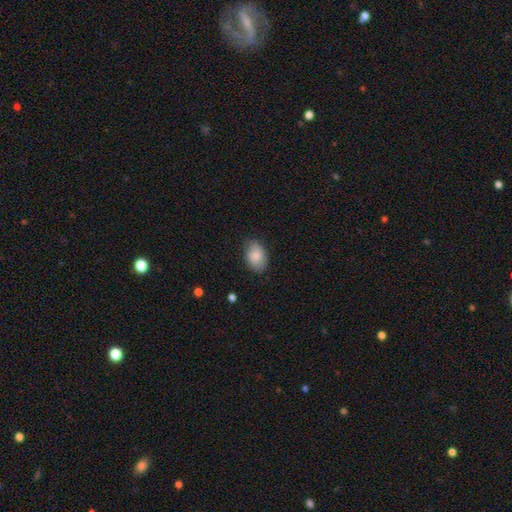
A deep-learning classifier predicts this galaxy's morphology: Overall: smooth (84%). How rounded: in between (86%). Merging: none (77%).